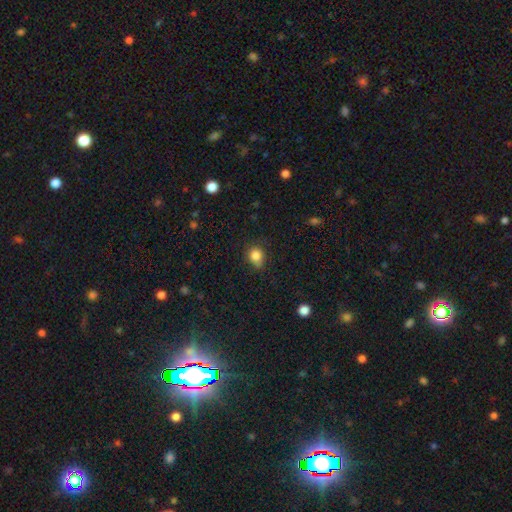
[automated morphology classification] smooth-or-featured: smooth: 84% | star or artifact: 11% | featured or disk: 5%
  how-rounded: round: 64% | in between: 35% | cigar-shaped: 1%
  merging: none: 64% | minor disturbance: 28% | major disturbance: 6% | merger: 2%